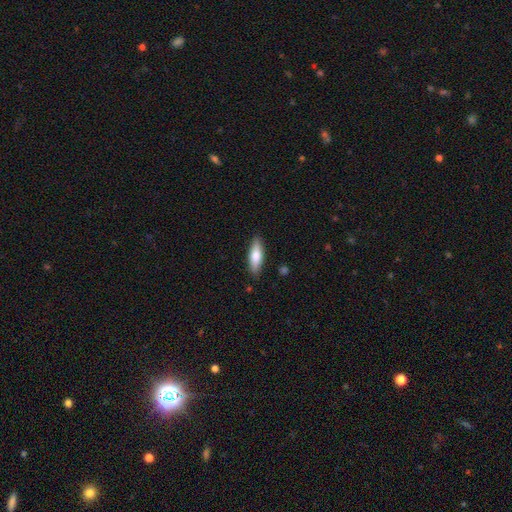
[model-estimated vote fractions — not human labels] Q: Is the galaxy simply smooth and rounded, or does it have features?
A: smooth — 73%.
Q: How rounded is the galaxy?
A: in between — 52%.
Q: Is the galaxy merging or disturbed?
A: none — 87%.